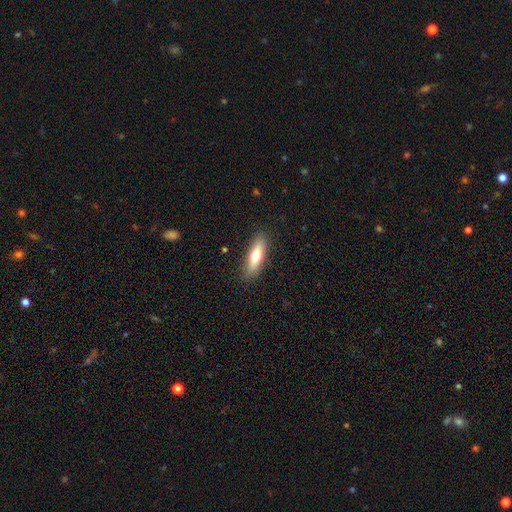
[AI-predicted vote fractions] Smooth or featured?
  - smooth: 66% *
  - featured or disk: 28%
  - star or artifact: 6%
How rounded?
  - cigar-shaped: 58% *
  - in between: 40%
  - round: 2%
Merging?
  - none: 87% *
  - minor disturbance: 9%
  - major disturbance: 2%
  - merger: 1%